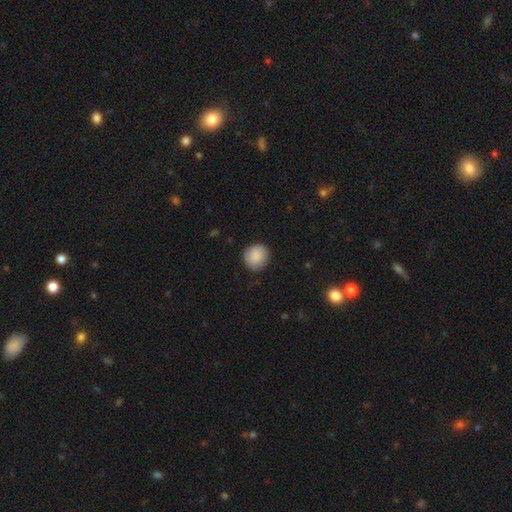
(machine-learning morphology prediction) smooth 88%, star or artifact 7%, featured or disk 6%. Down the decision tree: how rounded — round (89%); merging — none (84%).